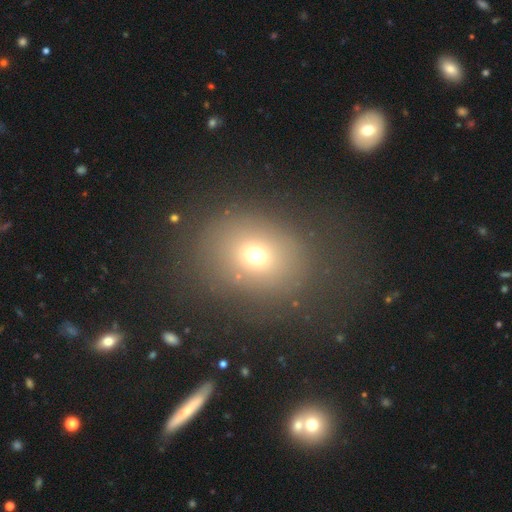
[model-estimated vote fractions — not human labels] smooth-or-featured: smooth: 66% | star or artifact: 19% | featured or disk: 15%
  how-rounded: round: 61% | in between: 38% | cigar-shaped: 1%
  merging: none: 73% | minor disturbance: 13% | major disturbance: 11% | merger: 4%